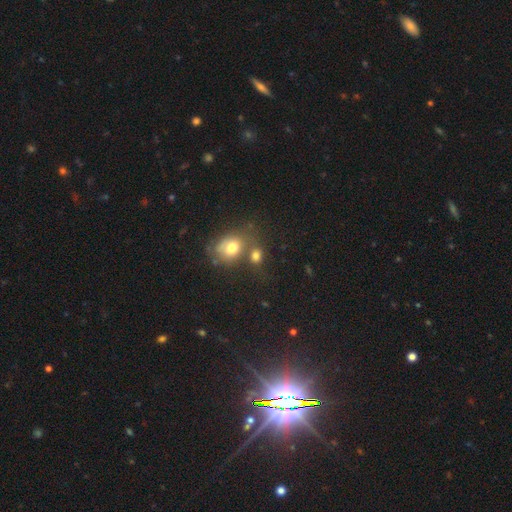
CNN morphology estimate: Smooth or featured? Predicted: smooth (p=0.74). How rounded? Predicted: round (p=0.54). Merging? Predicted: none (p=0.45).